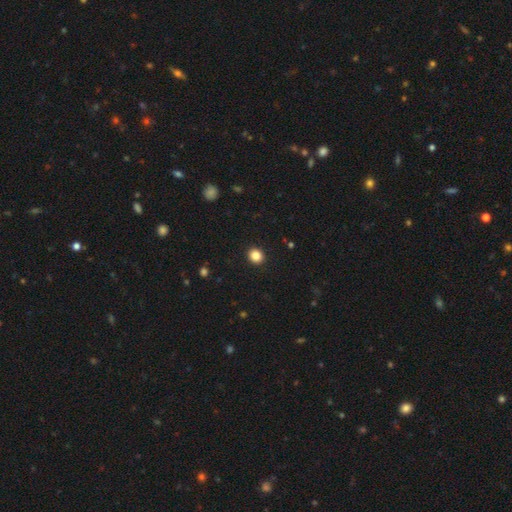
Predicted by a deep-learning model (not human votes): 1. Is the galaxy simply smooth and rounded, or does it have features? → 86% smooth, 10% star or artifact, 4% featured or disk.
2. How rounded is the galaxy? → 78% round, 21% in between, 1% cigar-shaped.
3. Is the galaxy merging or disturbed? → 92% none, 5% minor disturbance, 2% major disturbance, 1% merger.